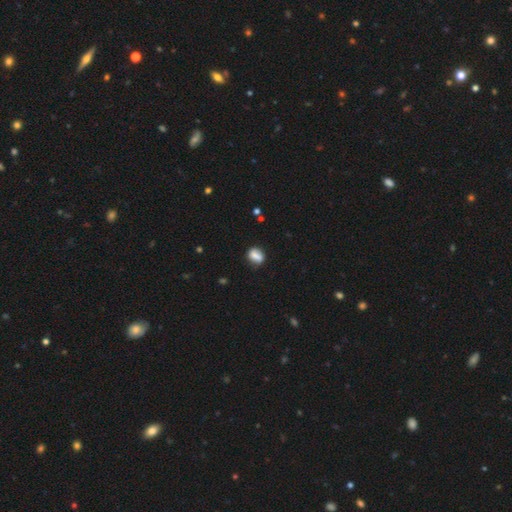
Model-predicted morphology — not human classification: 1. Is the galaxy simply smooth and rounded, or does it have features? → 75% smooth, 16% featured or disk, 9% star or artifact.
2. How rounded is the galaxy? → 59% in between, 38% round, 4% cigar-shaped.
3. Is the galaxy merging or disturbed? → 66% none, 20% minor disturbance, 8% merger, 6% major disturbance.